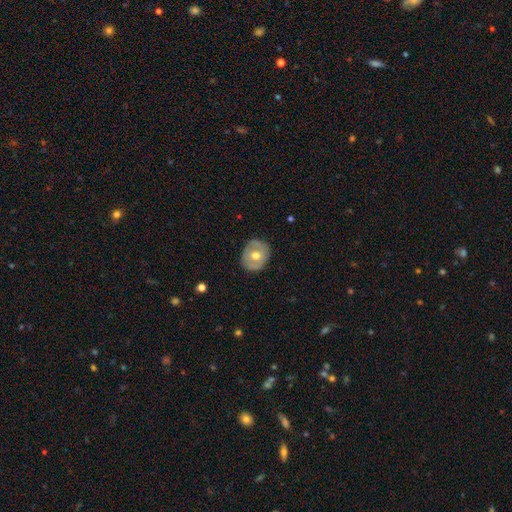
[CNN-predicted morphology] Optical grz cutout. It shows a featured or disk galaxy (47%). Merging: none (81%).